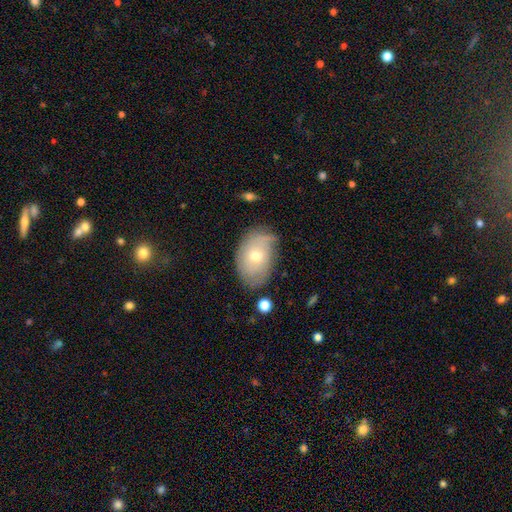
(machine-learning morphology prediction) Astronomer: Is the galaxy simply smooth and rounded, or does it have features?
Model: smooth — 55% (runner-up: featured or disk, 37%).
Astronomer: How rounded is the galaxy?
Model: in between — 83%.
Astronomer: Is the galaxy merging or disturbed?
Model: none — 58%.